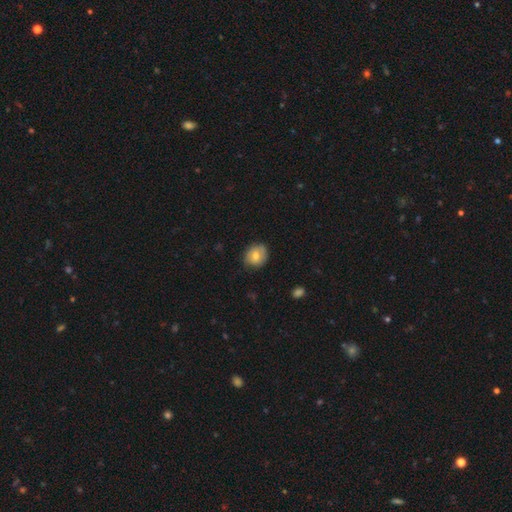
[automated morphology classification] Q: Smooth or featured?
A: smooth (71%); runner-up: featured or disk (21%)
Q: How rounded?
A: round (72%); runner-up: in between (27%)
Q: Merging?
A: none (76%); runner-up: minor disturbance (20%)